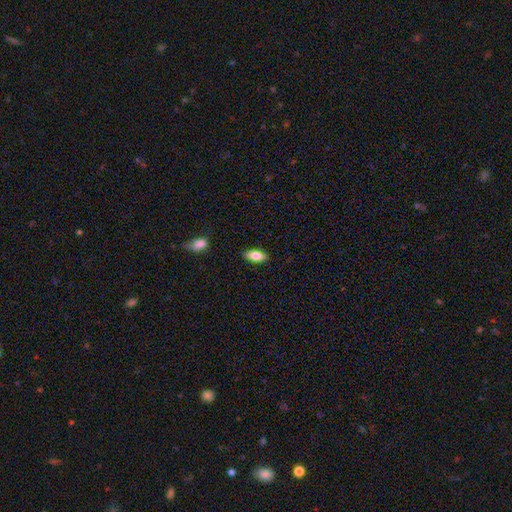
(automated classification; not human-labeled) smooth 80%, featured or disk 13%, star or artifact 7%. Down the decision tree: how rounded — in between (88%); merging — none (88%).